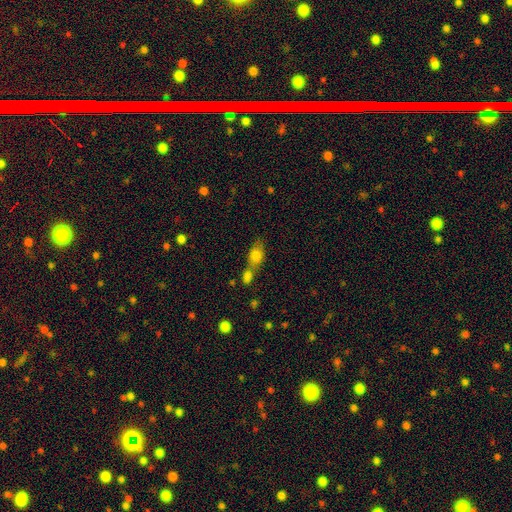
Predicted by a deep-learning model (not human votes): This appears to be a smooth galaxy with no disk features (77%) that is in between round and cigar-shaped (77%). Merging: merger (52%).